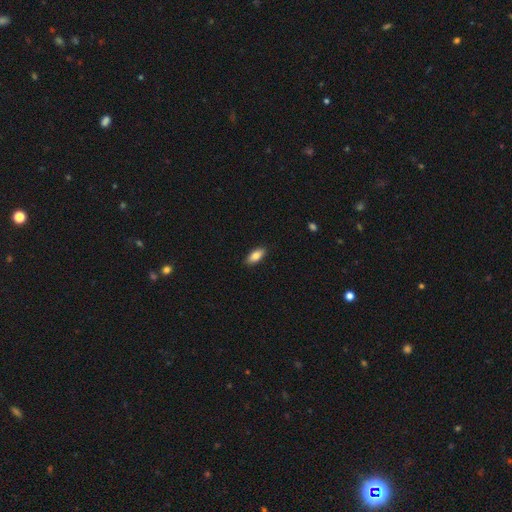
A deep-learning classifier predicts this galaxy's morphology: This appears to be a smooth galaxy with no disk features (82%) that is in between round and cigar-shaped (82%). Merging: none (90%).